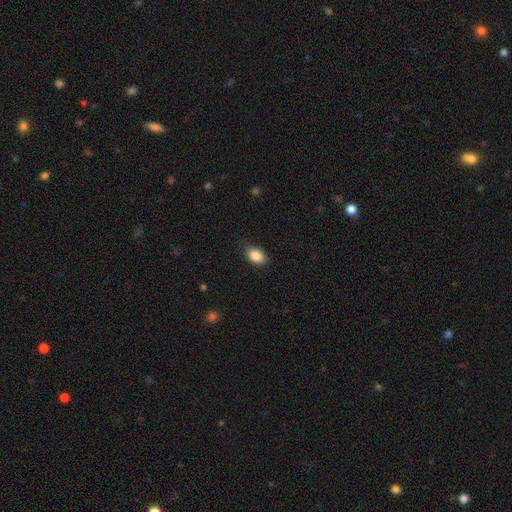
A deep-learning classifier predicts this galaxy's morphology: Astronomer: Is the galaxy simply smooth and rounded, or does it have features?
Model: smooth — 88%.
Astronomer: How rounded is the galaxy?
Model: in between — 89%.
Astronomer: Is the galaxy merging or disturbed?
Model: none — 82%.